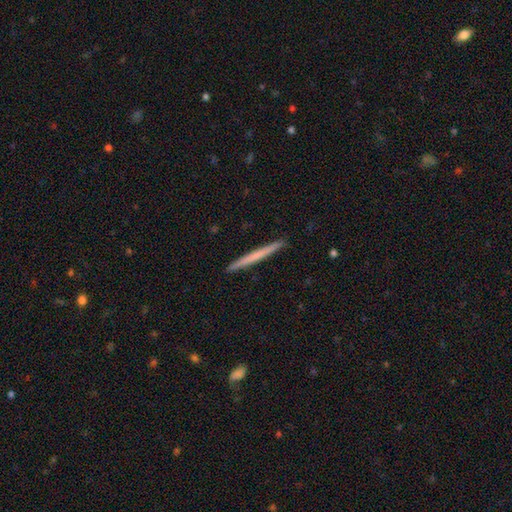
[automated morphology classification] Smooth or featured? smooth (55%)
How rounded? cigar-shaped (97%)
Merging? none (93%)